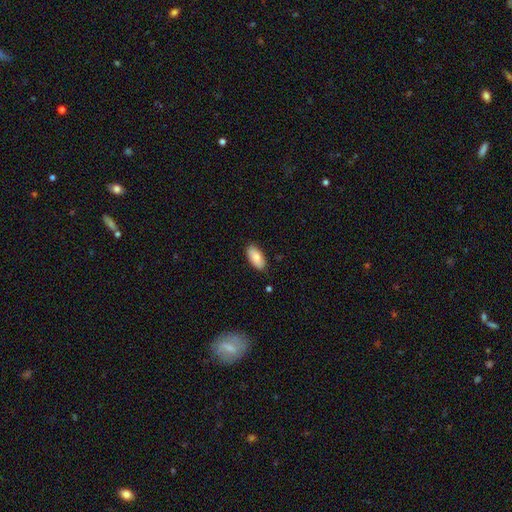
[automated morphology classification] The model was most divided on "merging": none: 85%, minor disturbance: 11%, major disturbance: 2%, merger: 1%. More confident: how rounded — in between (92%); smooth or featured — smooth (84%).